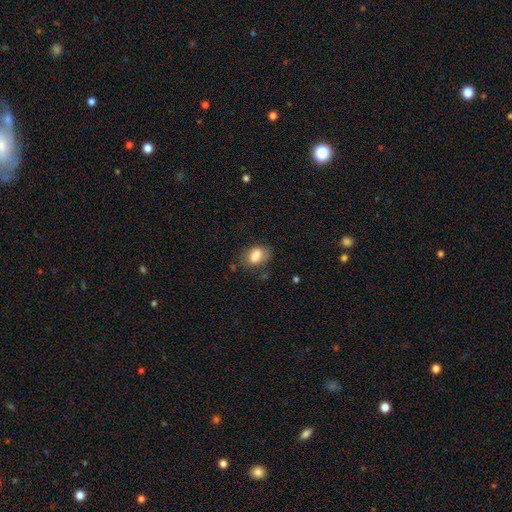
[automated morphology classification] This is clearly a smooth galaxy (81%). How rounded: clearly in between (85%). Merging: likely none (66%).